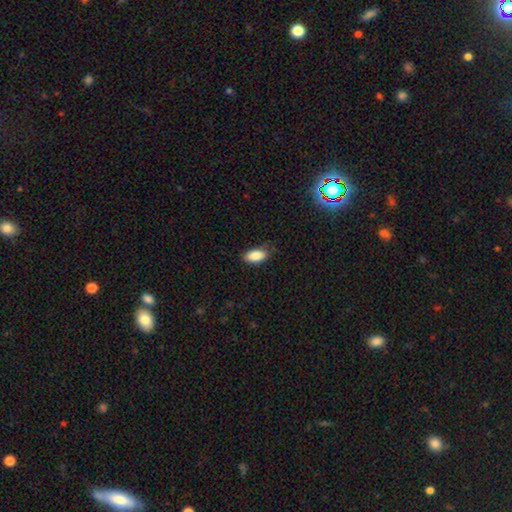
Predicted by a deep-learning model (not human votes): Overall: smooth (87%). How rounded: in between (92%). Merging: none (76%).